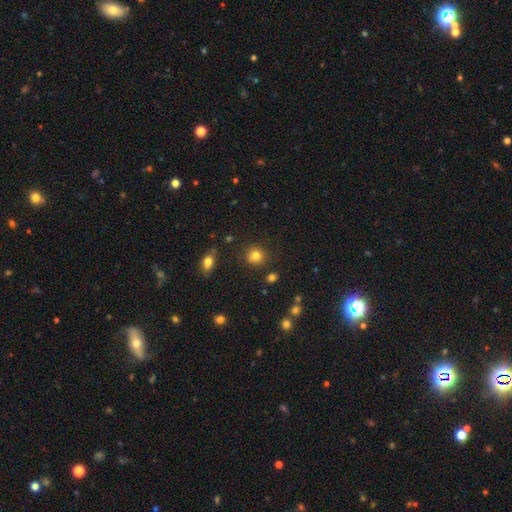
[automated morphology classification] Smooth or featured? Predicted: smooth (p=0.80). How rounded? Predicted: round (p=0.88). Merging? Predicted: none (p=0.85).